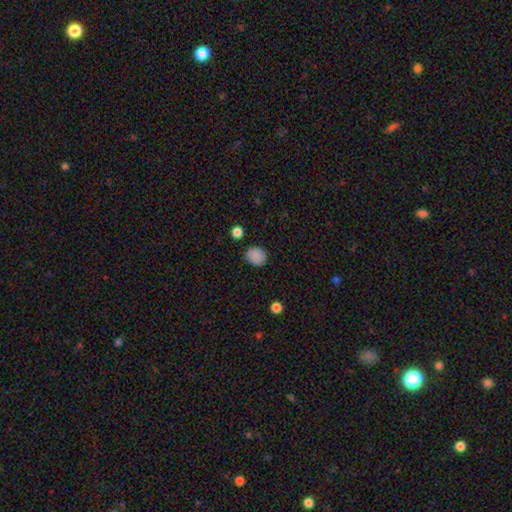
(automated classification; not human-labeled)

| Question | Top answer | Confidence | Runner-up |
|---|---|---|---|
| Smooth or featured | smooth | 86% | star or artifact (10%) |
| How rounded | round | 75% | in between (25%) |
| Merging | none | 85% | minor disturbance (10%) |